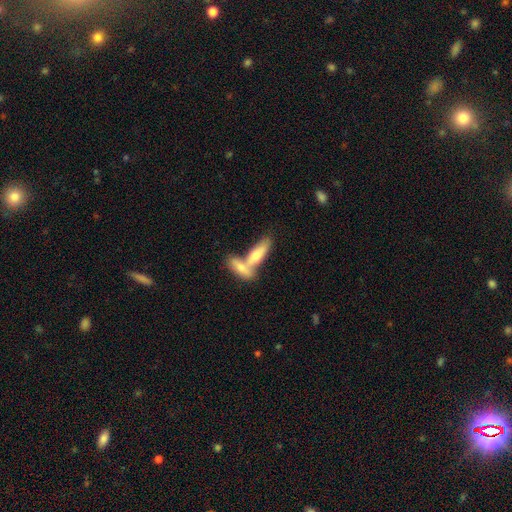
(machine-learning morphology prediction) smooth-or-featured: smooth: 58% | featured or disk: 34% | star or artifact: 8%
  how-rounded: in between: 49% | cigar-shaped: 48% | round: 3%
  merging: merger: 60% | none: 29% | minor disturbance: 7% | major disturbance: 3%